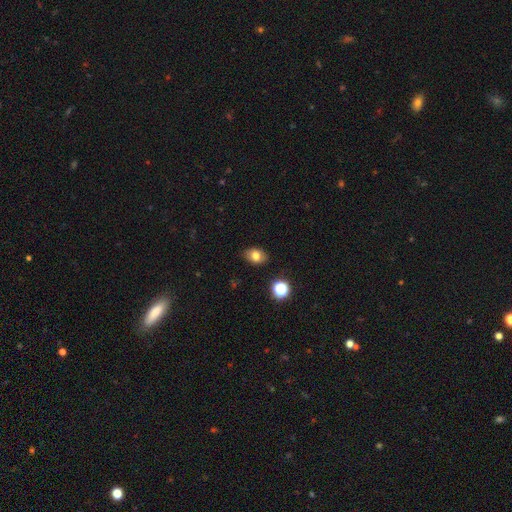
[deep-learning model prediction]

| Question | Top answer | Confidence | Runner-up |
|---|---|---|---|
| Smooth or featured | smooth | 77% | star or artifact (12%) |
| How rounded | in between | 70% | round (29%) |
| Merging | none | 86% | minor disturbance (10%) |